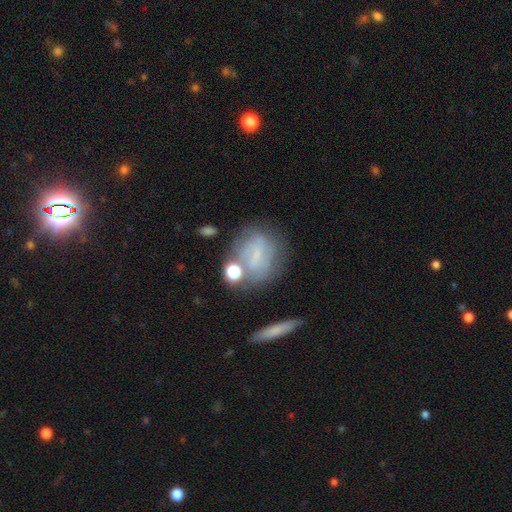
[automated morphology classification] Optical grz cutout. It shows a smooth galaxy with no disk features (44%, tied with featured or disk). Merging: none (52%).